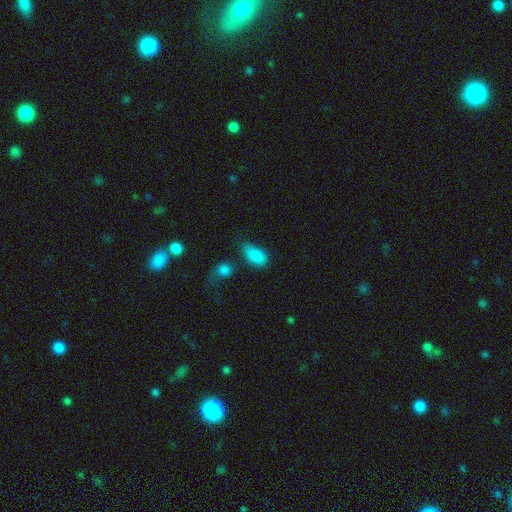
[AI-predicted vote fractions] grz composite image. It shows a smooth galaxy with no disk features (85%) that is in between round and cigar-shaped (90%). Merging: none (43%).